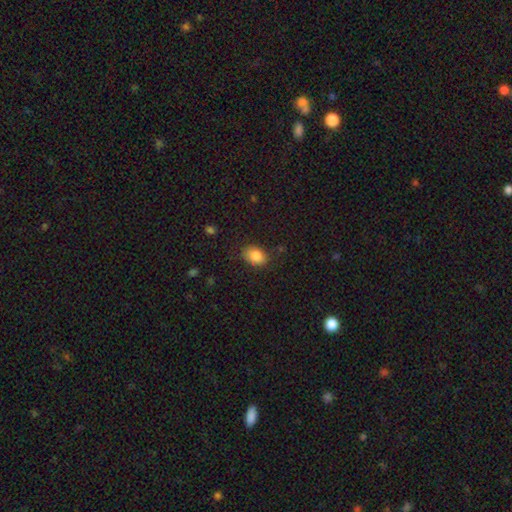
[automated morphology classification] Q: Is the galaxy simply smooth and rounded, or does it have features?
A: smooth — 85%.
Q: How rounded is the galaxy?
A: in between — 74%.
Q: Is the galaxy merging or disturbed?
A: none — 80%.